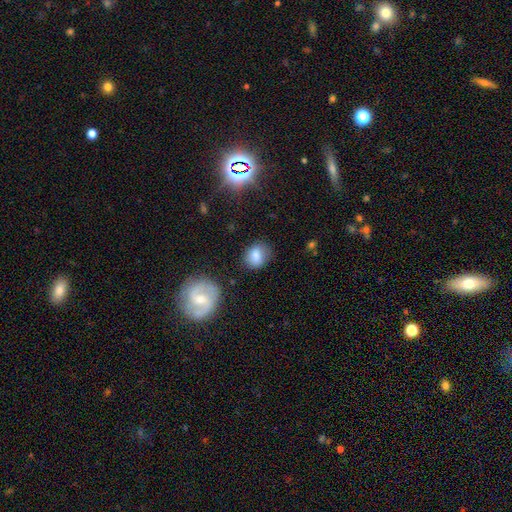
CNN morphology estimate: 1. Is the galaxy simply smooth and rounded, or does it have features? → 79% smooth, 12% featured or disk, 9% star or artifact.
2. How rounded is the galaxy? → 52% round, 47% in between, 1% cigar-shaped.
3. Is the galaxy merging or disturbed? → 74% none, 18% minor disturbance, 5% major disturbance, 3% merger.